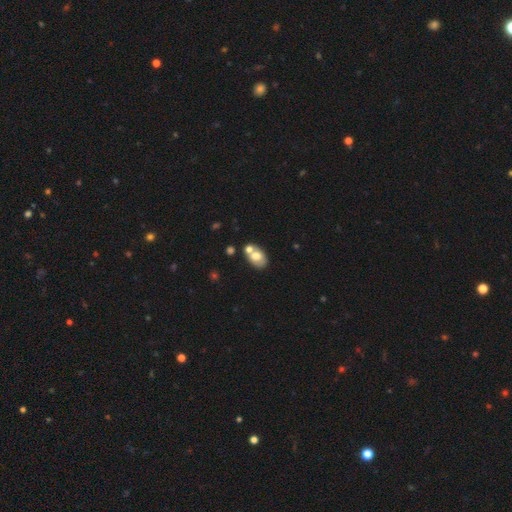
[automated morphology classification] Smooth or featured: smooth — 65% (featured or disk — 26%)
How rounded: in between — 81% (round — 18%)
Merging: none — 44% (merger — 38%)